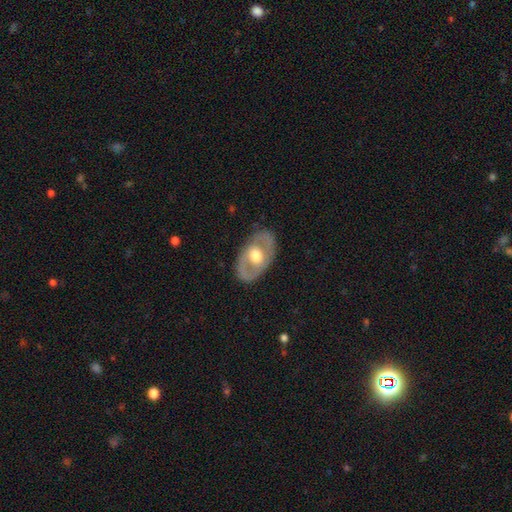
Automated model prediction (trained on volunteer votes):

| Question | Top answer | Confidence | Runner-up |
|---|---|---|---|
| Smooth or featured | featured or disk | 61% | smooth (34%) |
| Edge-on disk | no | 89% | yes (11%) |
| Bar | no | 73% | weak (20%) |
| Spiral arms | no | 67% | yes (33%) |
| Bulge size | moderate | 65% | large (27%) |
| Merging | none | 82% | minor disturbance (13%) |